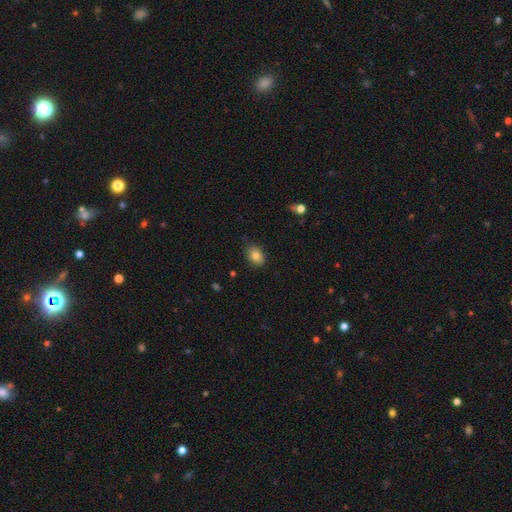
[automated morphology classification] A smooth galaxy with no disk features (83%) that is in between round and cigar-shaped (76%).

Vote fractions:
- Smooth or featured? smooth: 83% / star or artifact: 9% / featured or disk: 8%
- How rounded? in between: 76% / round: 23% / cigar-shaped: 1%
- Merging? none: 81% / minor disturbance: 15% / major disturbance: 2% / merger: 1%